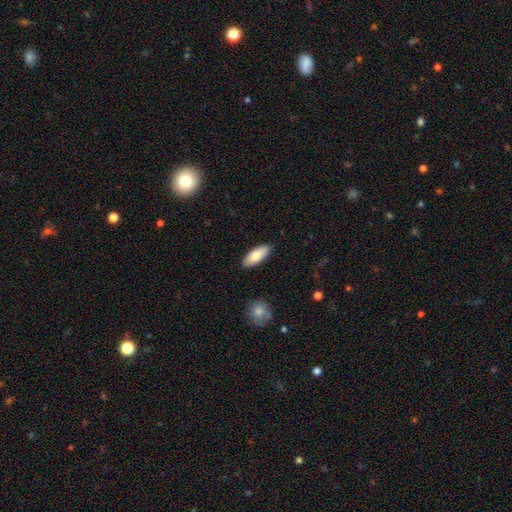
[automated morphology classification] Overall: smooth (78%). How rounded: in between (79%). Merging: none (89%).